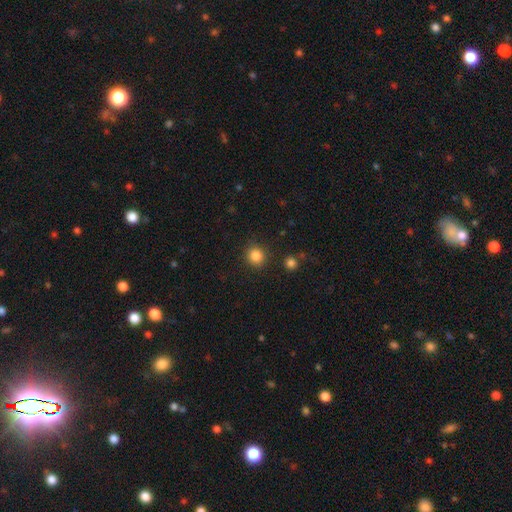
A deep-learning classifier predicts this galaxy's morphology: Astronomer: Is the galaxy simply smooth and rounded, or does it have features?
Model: smooth — 85%.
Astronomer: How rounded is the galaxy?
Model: round — 88%.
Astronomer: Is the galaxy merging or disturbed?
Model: none — 88%.